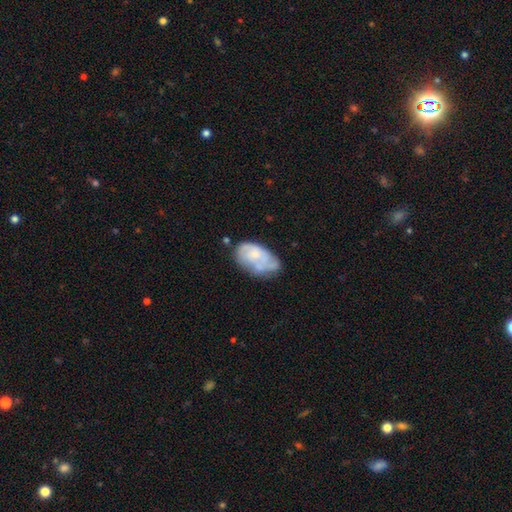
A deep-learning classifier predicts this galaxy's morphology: Smooth or featured?
  - featured or disk: 49% *
  - smooth: 44%
  - star or artifact: 7%
Merging?
  - none: 39% *
  - minor disturbance: 36%
  - major disturbance: 16%
  - merger: 10%